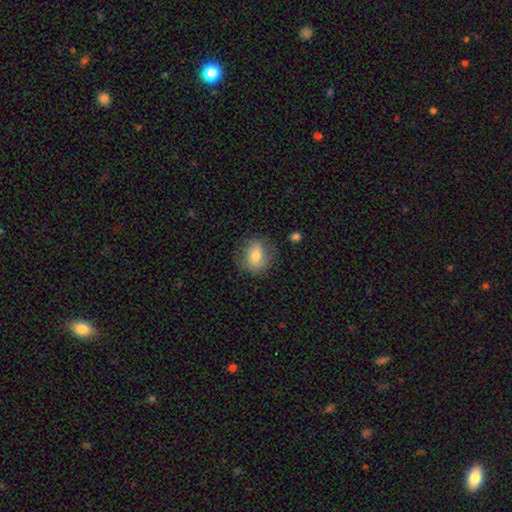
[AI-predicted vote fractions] A smooth galaxy with no disk features (69%) that is round (54%).

Vote fractions:
- Smooth or featured? smooth: 69% / featured or disk: 23% / star or artifact: 8%
- How rounded? round: 54% / in between: 45% / cigar-shaped: 1%
- Merging? none: 74% / minor disturbance: 18% / major disturbance: 6% / merger: 2%